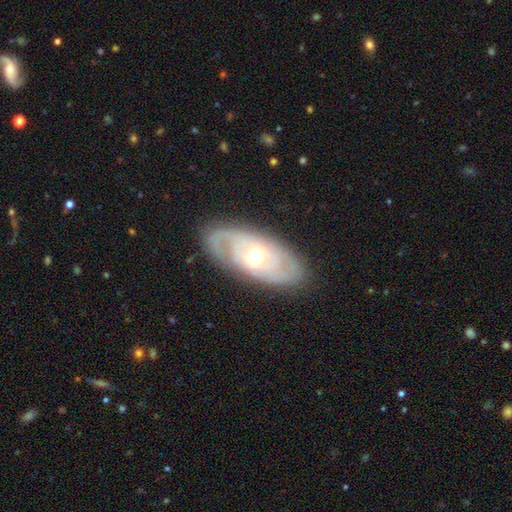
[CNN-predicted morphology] A featured or disk galaxy (75%) with no bar (59%), 2 (49%) tight (52%) spiral arms (77%) and a moderate central bulge (72%). Merging: none (81%).